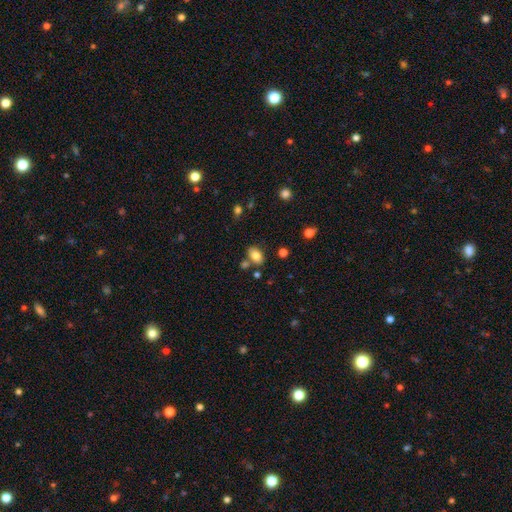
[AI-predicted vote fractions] Smooth or featured?
  - smooth: 80% *
  - featured or disk: 10%
  - star or artifact: 10%
How rounded?
  - in between: 82% *
  - round: 17%
  - cigar-shaped: 1%
Merging?
  - none: 72% *
  - minor disturbance: 13%
  - merger: 12%
  - major disturbance: 3%